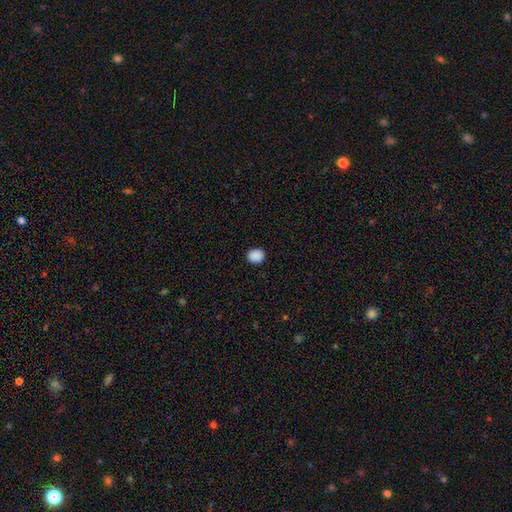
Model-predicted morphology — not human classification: The model was most divided on "how rounded": round: 63%, in between: 37%, cigar-shaped: 1%. More confident: merging — none (90%); smooth or featured — smooth (89%).